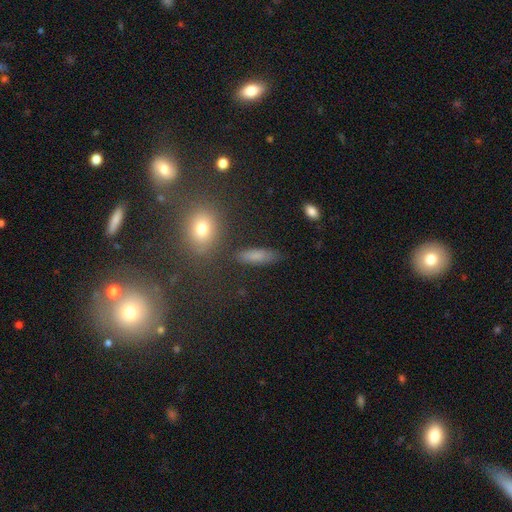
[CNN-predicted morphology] smooth 75%, featured or disk 13%, star or artifact 12%. Down the decision tree: how rounded — cigar-shaped (48%); merging — none (79%).